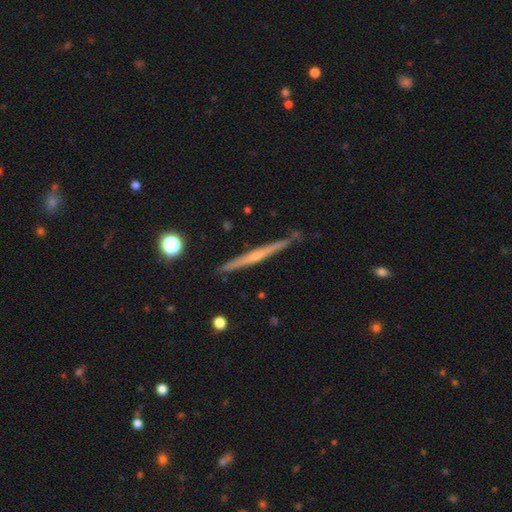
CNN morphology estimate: Smooth or featured? featured or disk (69%)
Edge-on disk? yes (98%)
Edge-on bulge? rounded (51%)
Merging? none (87%)